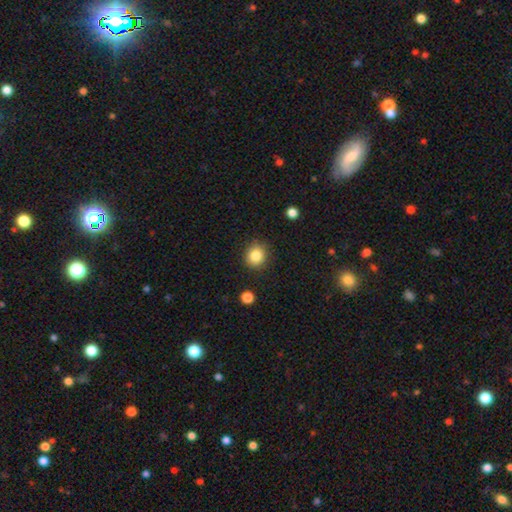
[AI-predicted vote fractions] Smooth or featured? smooth (84%)
How rounded? round (82%)
Merging? none (88%)